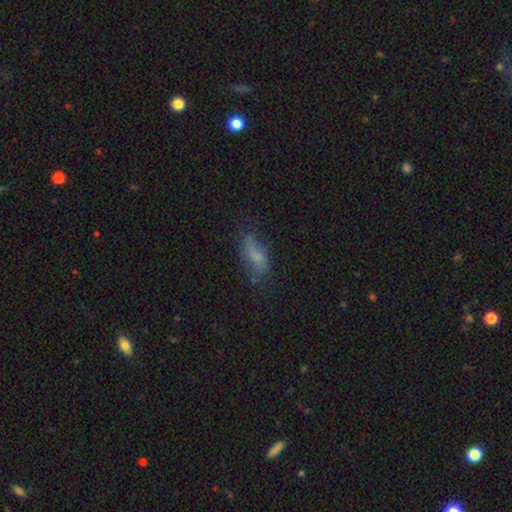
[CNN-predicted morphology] type=smooth (64%); roundness=in between (77%); merging=none (45%).